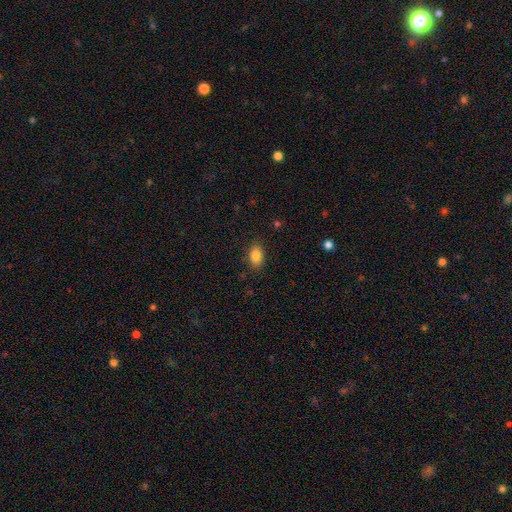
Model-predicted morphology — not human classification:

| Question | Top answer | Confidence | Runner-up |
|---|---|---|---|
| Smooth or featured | smooth | 86% | star or artifact (9%) |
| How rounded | in between | 88% | round (10%) |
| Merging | none | 86% | minor disturbance (10%) |